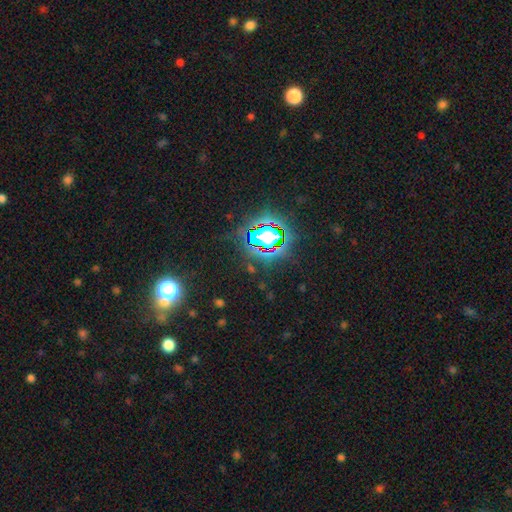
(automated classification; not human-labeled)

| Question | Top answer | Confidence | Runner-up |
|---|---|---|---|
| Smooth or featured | star or artifact | 84% | smooth (9%) |